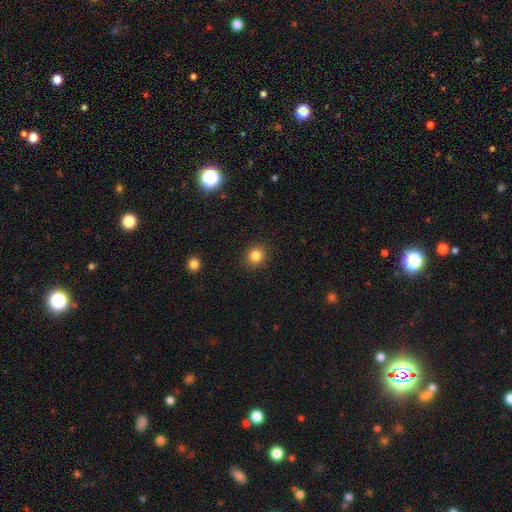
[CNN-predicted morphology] Overall: smooth (83%). How rounded: round (83%). Merging: none (90%).